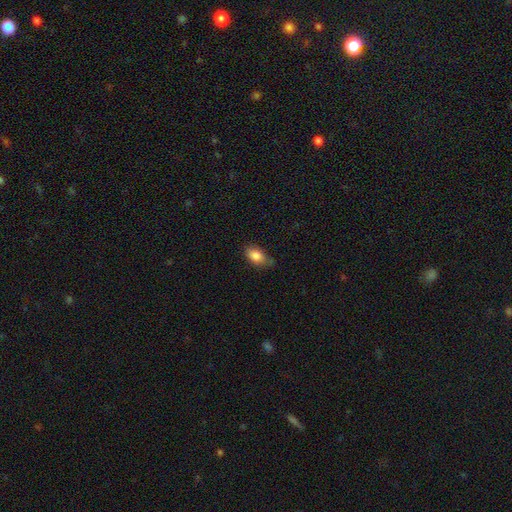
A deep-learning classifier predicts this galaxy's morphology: The model was most divided on "merging": none: 68%, minor disturbance: 25%, major disturbance: 5%, merger: 2%. More confident: how rounded — in between (89%); smooth or featured — smooth (85%).